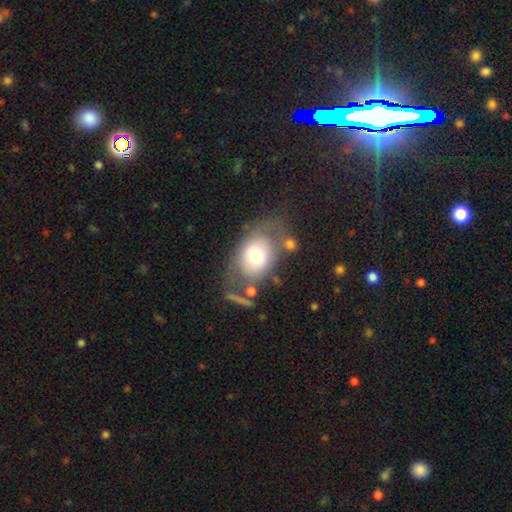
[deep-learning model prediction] Smooth or featured? smooth (64%)
How rounded? in between (69%)
Merging? none (52%)